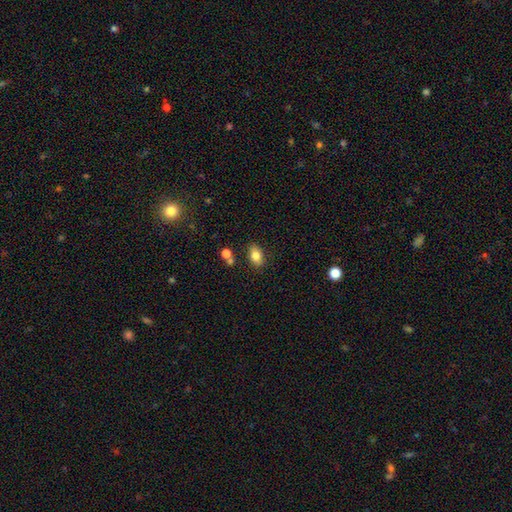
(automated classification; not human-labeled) This appears to be a smooth galaxy with no disk features (82%) that is in between round and cigar-shaped (85%). Merging: none (79%).